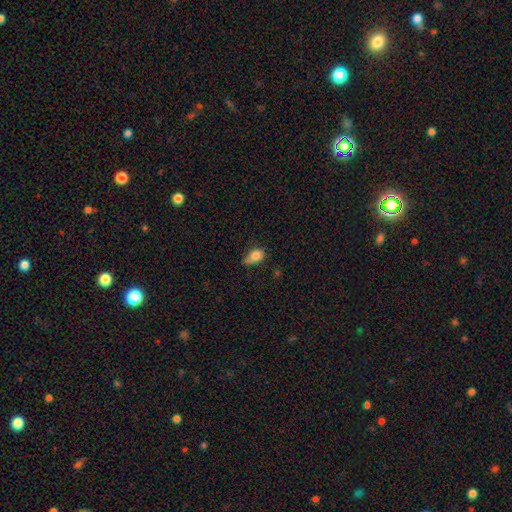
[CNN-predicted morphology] type=smooth (81%); roundness=in between (77%); merging=minor disturbance (45%).